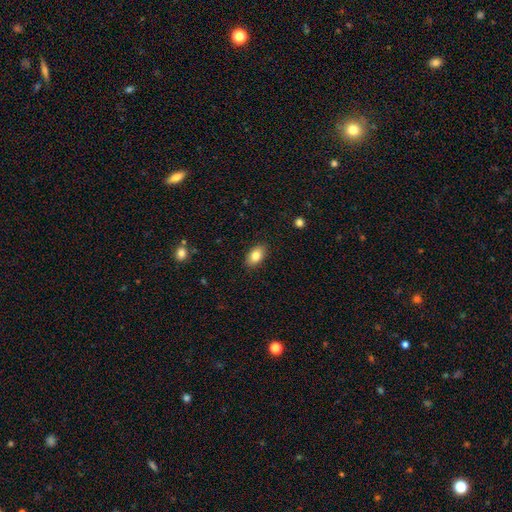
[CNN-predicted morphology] smooth 84%, featured or disk 8%, star or artifact 8%. Down the decision tree: how rounded — in between (91%); merging — none (88%).